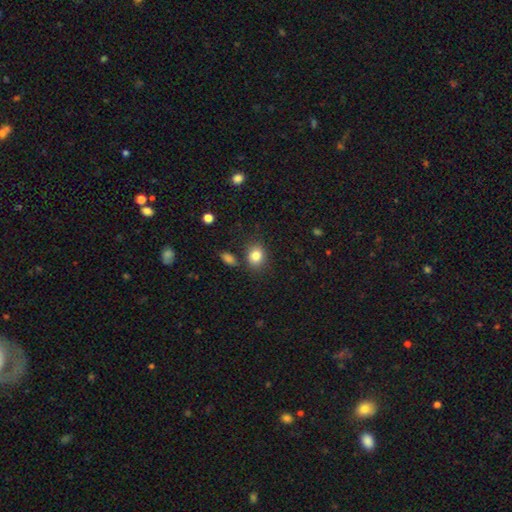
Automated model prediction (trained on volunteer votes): Smooth or featured? smooth (83%)
How rounded? round (53%)
Merging? none (79%)